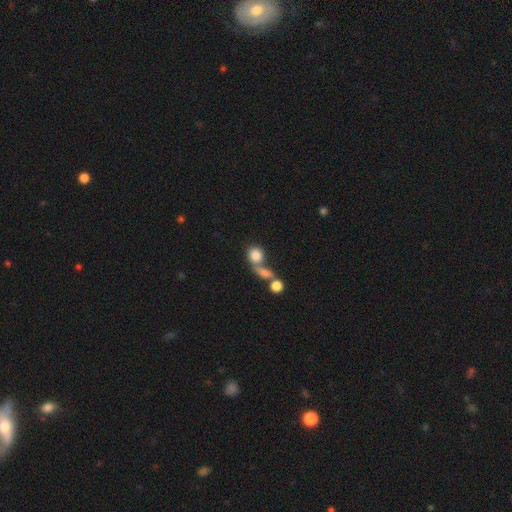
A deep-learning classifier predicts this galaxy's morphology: The model was most divided on "merging": merger: 50%, none: 33%, minor disturbance: 9%, major disturbance: 8%. More confident: smooth or featured — smooth (81%); how rounded — round (70%).